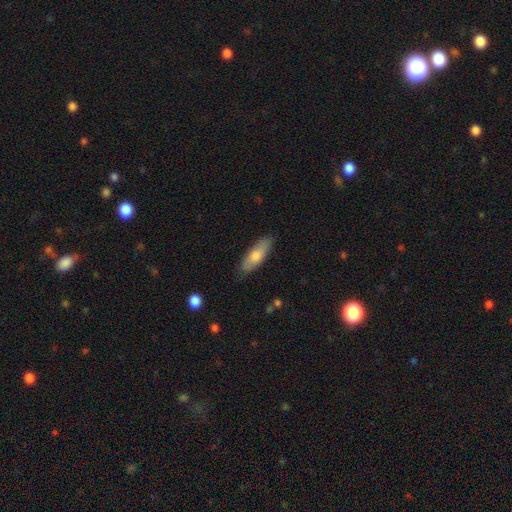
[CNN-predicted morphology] Smooth or featured? smooth (67%)
How rounded? in between (54%)
Merging? none (84%)